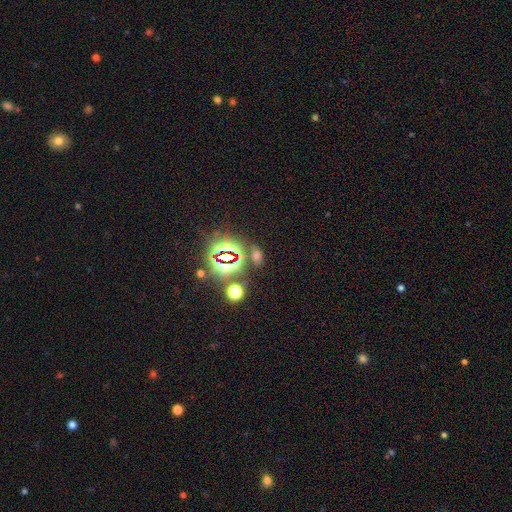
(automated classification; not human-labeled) Smooth or featured?
  - star or artifact: 52% *
  - smooth: 39%
  - featured or disk: 9%